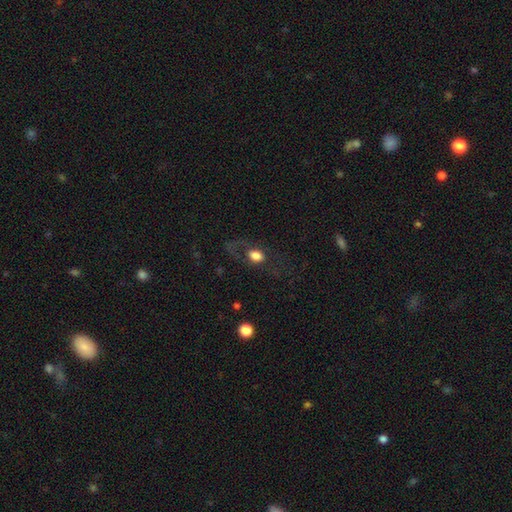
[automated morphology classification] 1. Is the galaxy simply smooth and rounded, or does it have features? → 68% smooth, 22% featured or disk, 10% star or artifact.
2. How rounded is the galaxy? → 69% in between, 29% round, 2% cigar-shaped.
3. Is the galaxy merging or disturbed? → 52% none, 29% major disturbance, 16% minor disturbance, 2% merger.